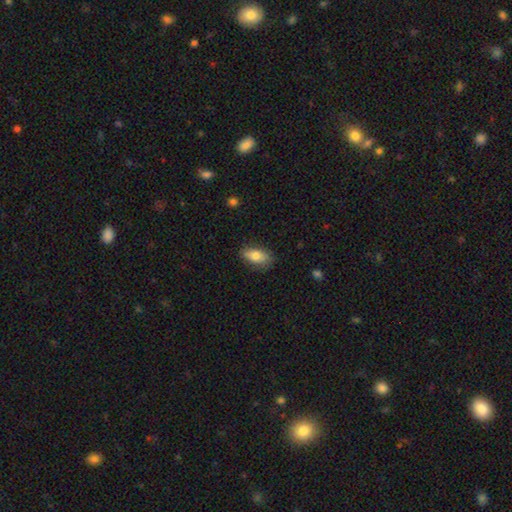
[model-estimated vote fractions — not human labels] Smooth or featured? smooth (78%)
How rounded? in between (88%)
Merging? none (78%)